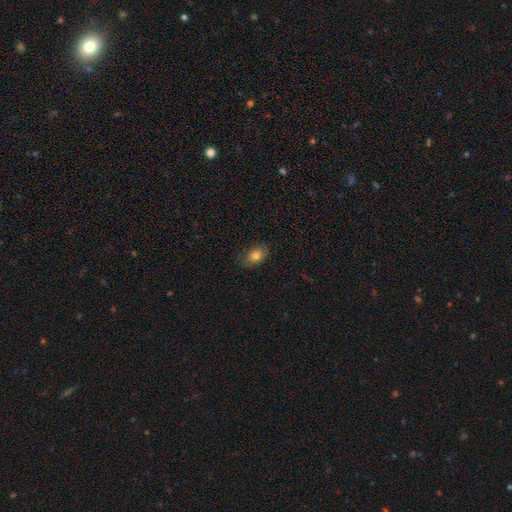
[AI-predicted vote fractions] A smooth galaxy with no disk features (77%) that is in between round and cigar-shaped (85%).

Vote fractions:
- Smooth or featured? smooth: 77% / featured or disk: 15% / star or artifact: 9%
- How rounded? in between: 85% / round: 14% / cigar-shaped: 2%
- Merging? none: 75% / minor disturbance: 20% / major disturbance: 5% / merger: 1%